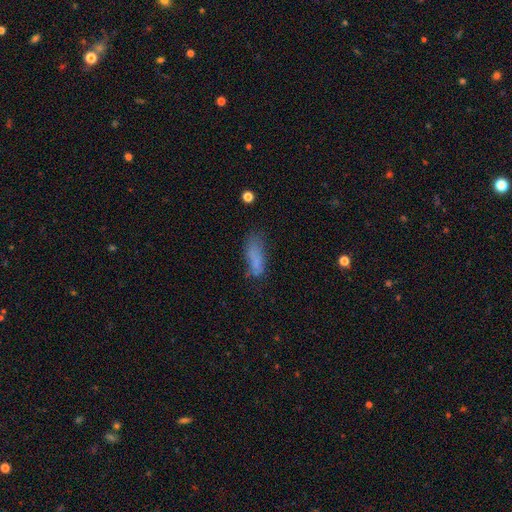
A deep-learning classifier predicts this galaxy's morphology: A smooth galaxy with no disk features (71%) that is in between round and cigar-shaped (62%). Merging: none (48%).